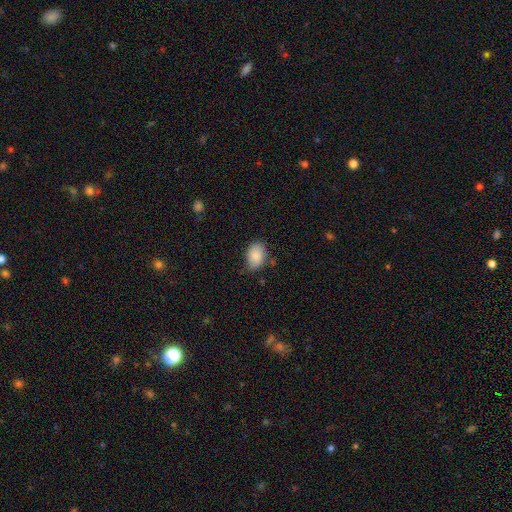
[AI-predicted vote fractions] Q: Smooth or featured?
A: smooth (86%); runner-up: featured or disk (7%)
Q: How rounded?
A: in between (85%); runner-up: round (14%)
Q: Merging?
A: none (72%); runner-up: minor disturbance (22%)